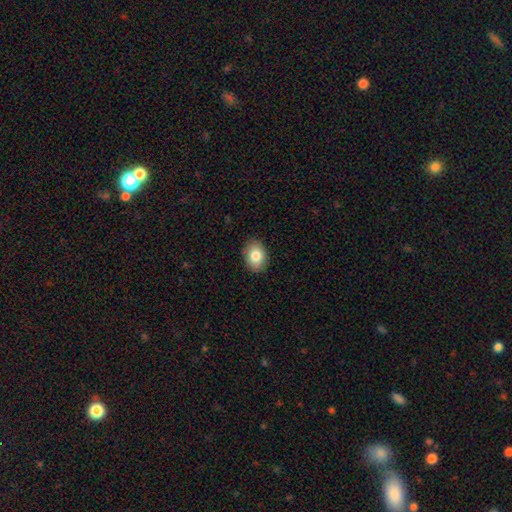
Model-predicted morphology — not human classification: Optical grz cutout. It shows a smooth galaxy with no disk features (83%) that is in between round and cigar-shaped (72%). Merging: none (89%).